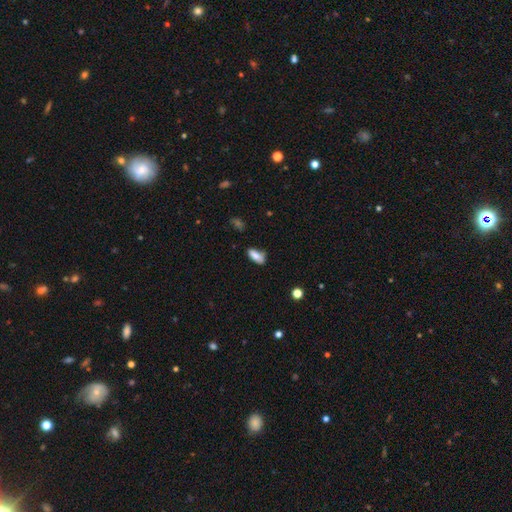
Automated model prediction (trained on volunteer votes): Smooth or featured? smooth (79%)
How rounded? in between (79%)
Merging? none (62%)